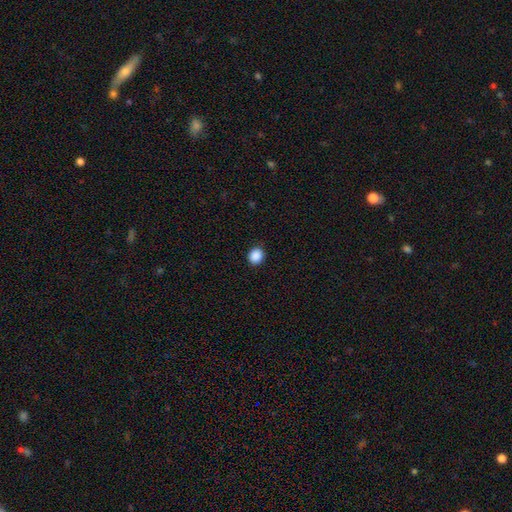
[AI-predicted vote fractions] smooth 89%, star or artifact 9%, featured or disk 2%. Down the decision tree: how rounded — round (77%); merging — none (91%).